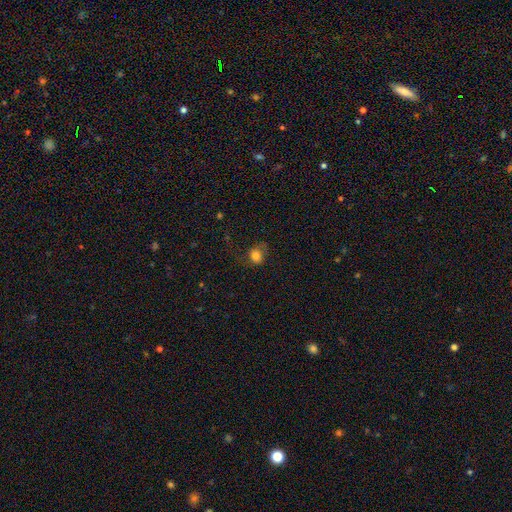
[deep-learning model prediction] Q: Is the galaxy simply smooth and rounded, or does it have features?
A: smooth — 78%.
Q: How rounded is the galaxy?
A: round — 58%.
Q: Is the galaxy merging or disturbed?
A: none — 51%.